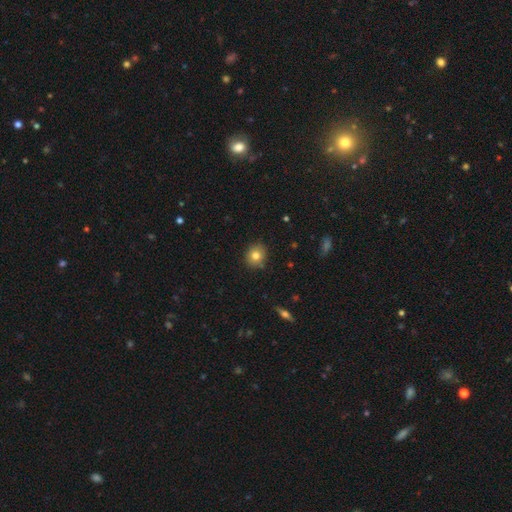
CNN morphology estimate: A smooth galaxy with no disk features (79%) that is round (77%).

Vote fractions:
- Smooth or featured? smooth: 79% / star or artifact: 11% / featured or disk: 10%
- How rounded? round: 77% / in between: 22% / cigar-shaped: 1%
- Merging? none: 86% / minor disturbance: 10% / major disturbance: 2% / merger: 2%